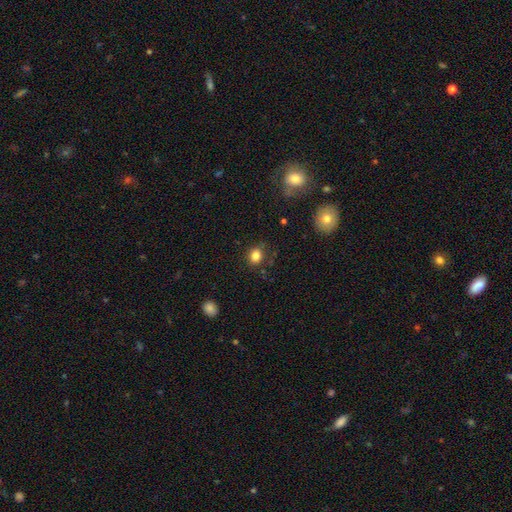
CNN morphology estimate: smooth-or-featured: smooth: 83% | star or artifact: 12% | featured or disk: 6%
  how-rounded: round: 61% | in between: 38% | cigar-shaped: 1%
  merging: none: 81% | minor disturbance: 14% | major disturbance: 3% | merger: 2%